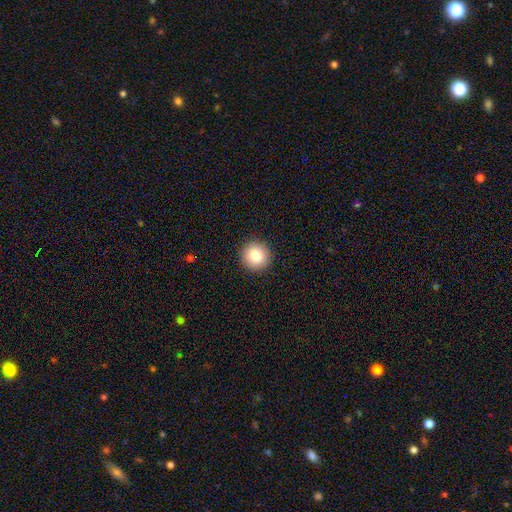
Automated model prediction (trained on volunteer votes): Smooth or featured? Predicted: smooth (p=0.83). How rounded? Predicted: round (p=0.95). Merging? Predicted: none (p=0.93).